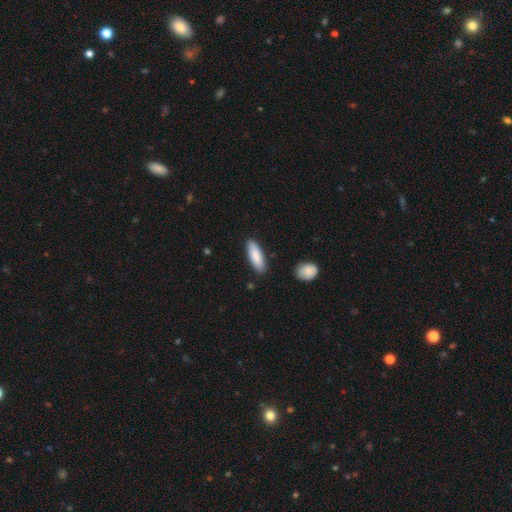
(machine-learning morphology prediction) smooth-or-featured: smooth: 86% | featured or disk: 8% | star or artifact: 5%
  how-rounded: in between: 55% | cigar-shaped: 44% | round: 2%
  merging: none: 86% | minor disturbance: 10% | merger: 2% | major disturbance: 2%